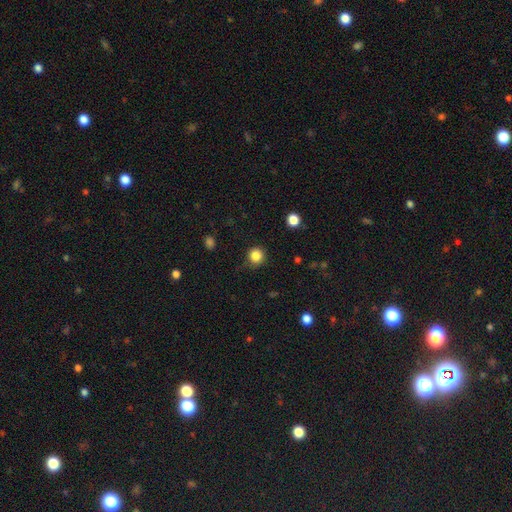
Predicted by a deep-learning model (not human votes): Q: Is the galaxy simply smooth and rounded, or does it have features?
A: smooth — 84%.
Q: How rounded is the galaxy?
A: round — 93%.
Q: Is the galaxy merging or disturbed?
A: none — 83%.